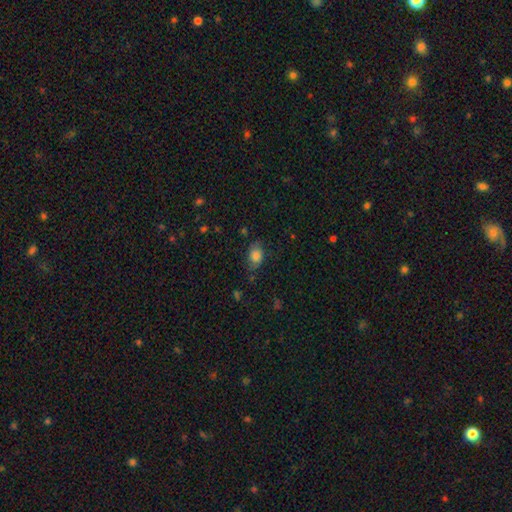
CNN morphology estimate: smooth 79%, featured or disk 11%, star or artifact 10%. Down the decision tree: how rounded — in between (74%); merging — none (69%).